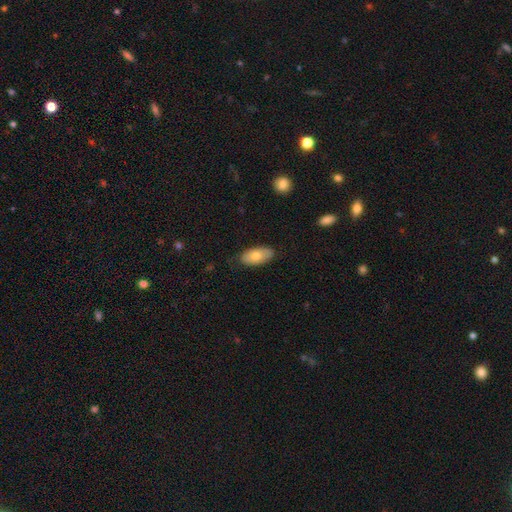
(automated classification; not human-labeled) This is likely a smooth galaxy (73%). How rounded: clearly in between (93%). Merging: clearly none (82%).